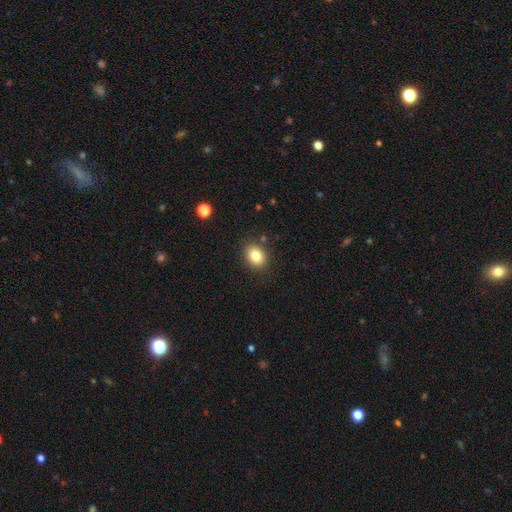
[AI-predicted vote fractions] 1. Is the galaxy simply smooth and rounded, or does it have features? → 82% smooth, 10% star or artifact, 8% featured or disk.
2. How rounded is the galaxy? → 60% in between, 39% round, 1% cigar-shaped.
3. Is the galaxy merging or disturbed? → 86% none, 10% minor disturbance, 3% major disturbance, 2% merger.